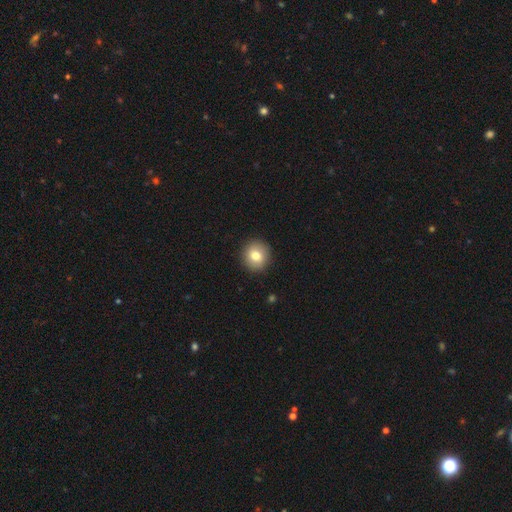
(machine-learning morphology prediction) This is likely a smooth galaxy (79%). How rounded: clearly round (91%). Merging: clearly none (91%).